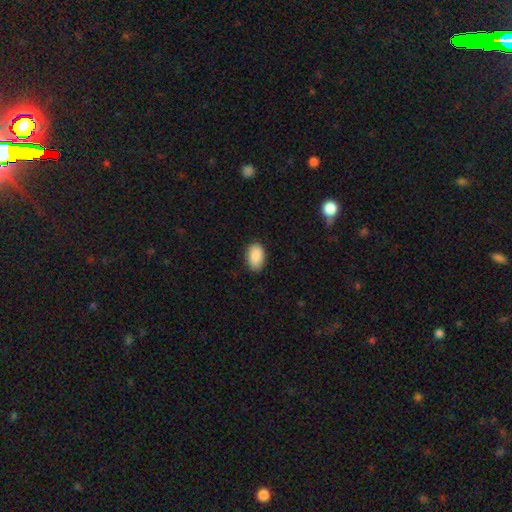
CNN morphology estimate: A smooth galaxy with no disk features (90%) that is in between round and cigar-shaped (92%). Merging: none (85%).